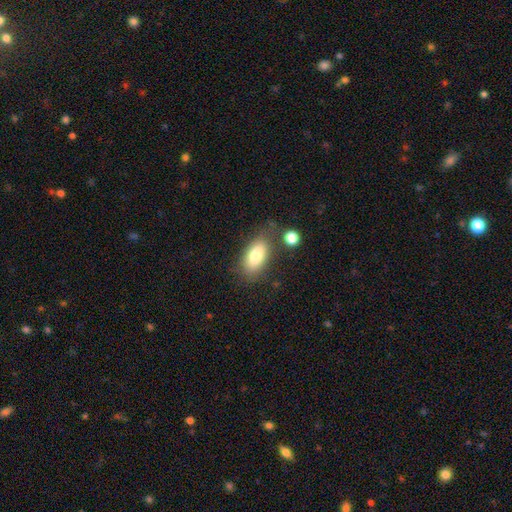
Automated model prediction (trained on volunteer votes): The model was most divided on "merging": none: 70%, minor disturbance: 17%, merger: 7%, major disturbance: 6%. More confident: how rounded — in between (90%); smooth or featured — smooth (80%).